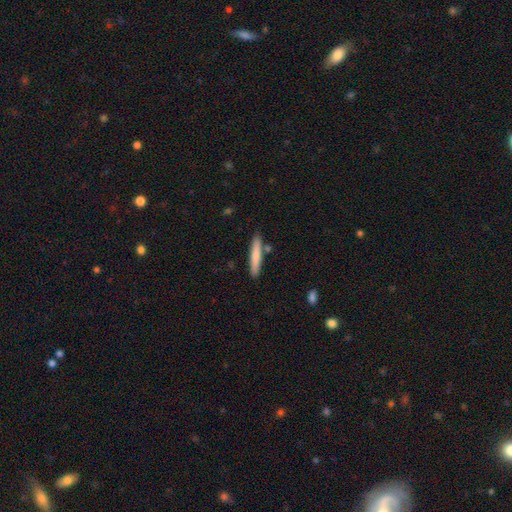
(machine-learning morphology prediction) Q: Smooth or featured?
A: smooth (75%); runner-up: featured or disk (19%)
Q: How rounded?
A: cigar-shaped (92%); runner-up: in between (6%)
Q: Merging?
A: none (84%); runner-up: minor disturbance (9%)